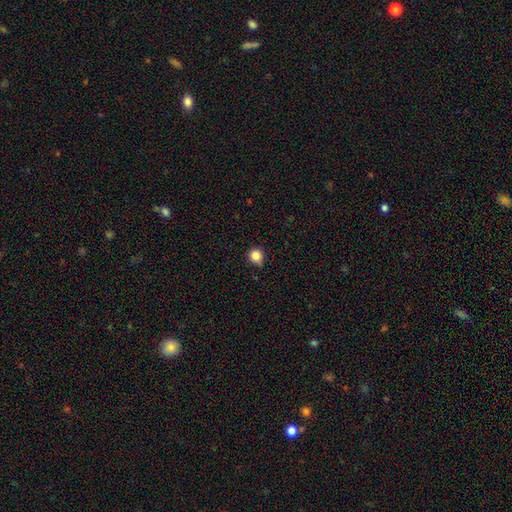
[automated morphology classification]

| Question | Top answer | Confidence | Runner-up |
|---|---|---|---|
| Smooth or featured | smooth | 85% | star or artifact (11%) |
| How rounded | round | 87% | in between (12%) |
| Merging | none | 78% | minor disturbance (18%) |